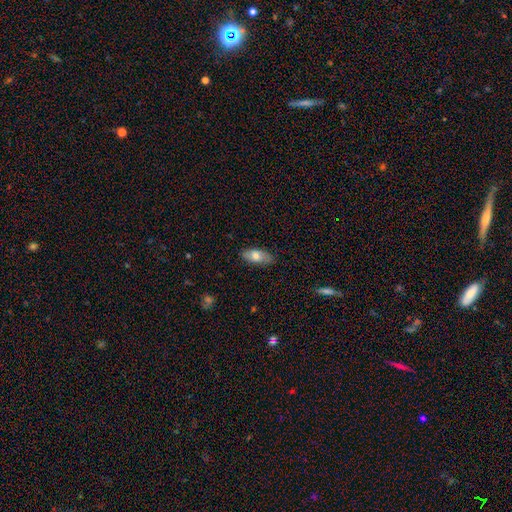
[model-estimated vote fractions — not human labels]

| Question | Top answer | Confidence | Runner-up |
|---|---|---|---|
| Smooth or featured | smooth | 73% | featured or disk (21%) |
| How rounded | in between | 86% | cigar-shaped (11%) |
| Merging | none | 81% | minor disturbance (16%) |